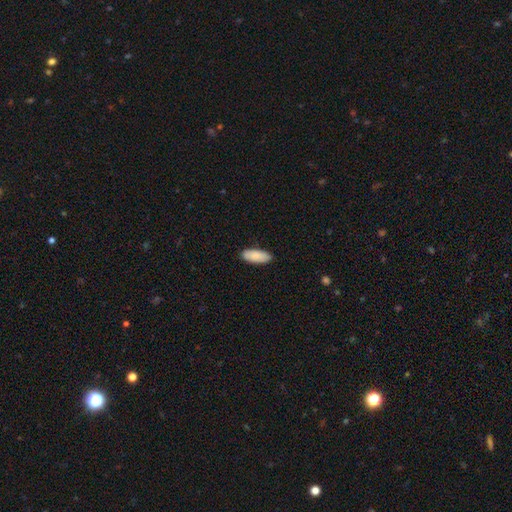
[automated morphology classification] This appears to be a smooth galaxy with no disk features (87%) that is in between round and cigar-shaped (83%). Merging: none (84%).